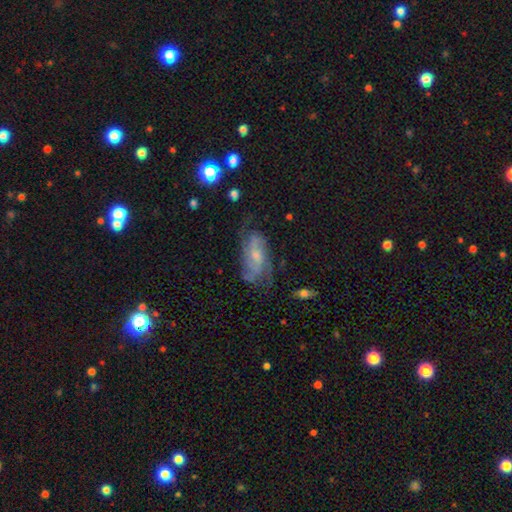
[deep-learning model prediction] featured or disk 75%, smooth 17%, star or artifact 8%. Down the decision tree: edge-on disk — no (94%); bar — no (59%); spiral arms — yes (91%); spiral arm count — 2 (33%); spiral winding — medium (43%); bulge size — small (53%); merging — none (61%).